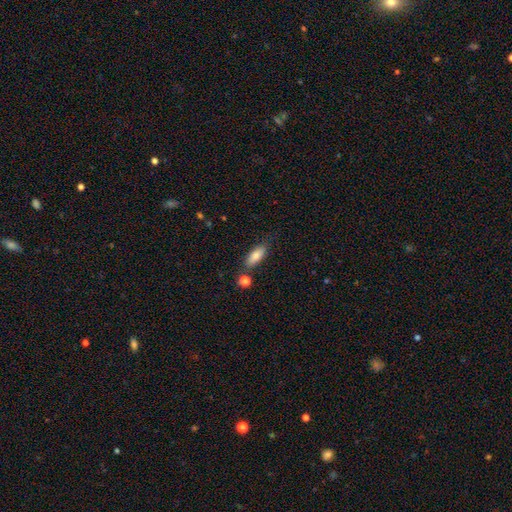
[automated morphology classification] Q: Smooth or featured?
A: smooth (80%); runner-up: featured or disk (13%)
Q: How rounded?
A: in between (73%); runner-up: cigar-shaped (24%)
Q: Merging?
A: none (74%); runner-up: minor disturbance (15%)